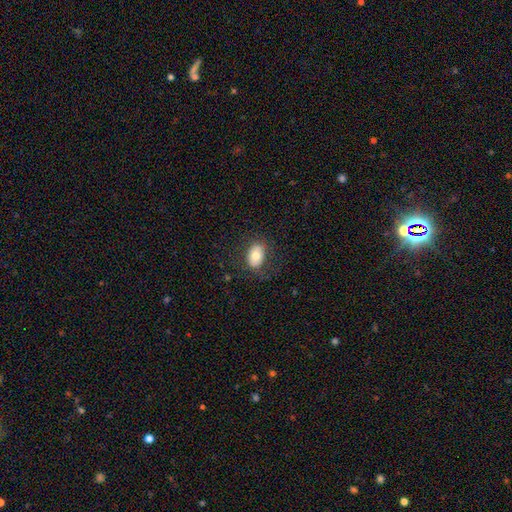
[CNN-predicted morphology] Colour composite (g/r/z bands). It shows a smooth galaxy with no disk features (73%) that is in between round and cigar-shaped (85%). Merging: none (78%).